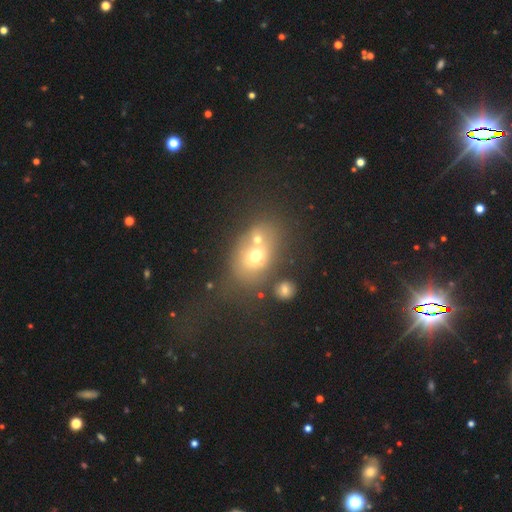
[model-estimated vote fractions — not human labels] The model was most divided on "merging": merger: 40%, none: 38%, minor disturbance: 12%, major disturbance: 10%. More confident: smooth or featured — smooth (59%); how rounded — in between (57%).